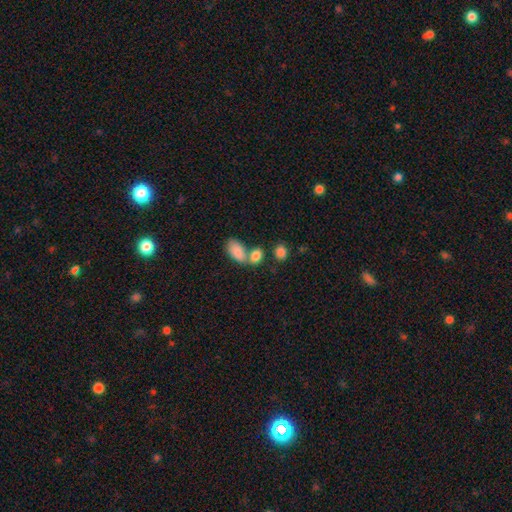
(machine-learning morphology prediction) A smooth galaxy with no disk features (84%) that is in between round and cigar-shaped (81%). Merging: merger (45%).